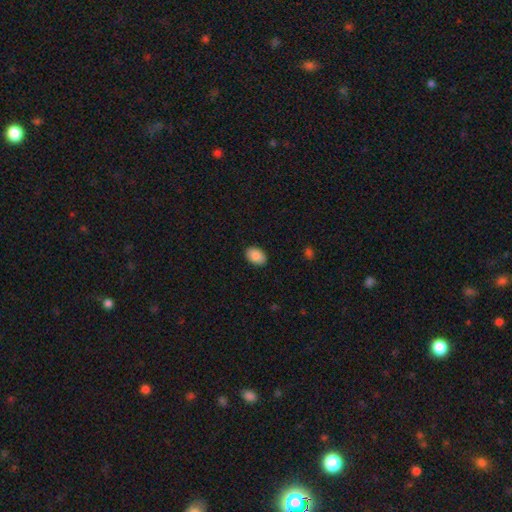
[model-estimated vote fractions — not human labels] Q: Smooth or featured?
A: smooth (88%); runner-up: star or artifact (7%)
Q: How rounded?
A: in between (83%); runner-up: round (16%)
Q: Merging?
A: none (89%); runner-up: minor disturbance (8%)